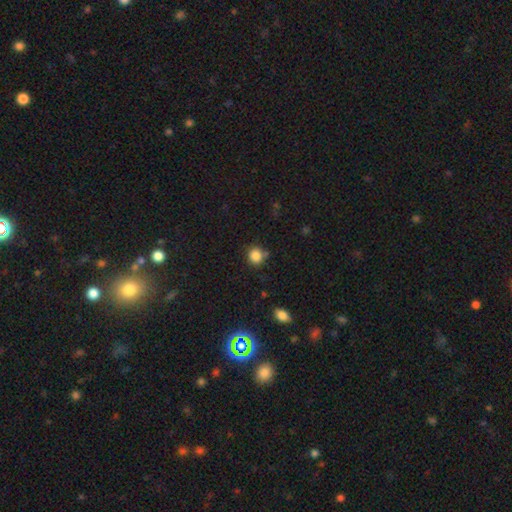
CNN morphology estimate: type=smooth (85%); roundness=round (85%); merging=none (76%).